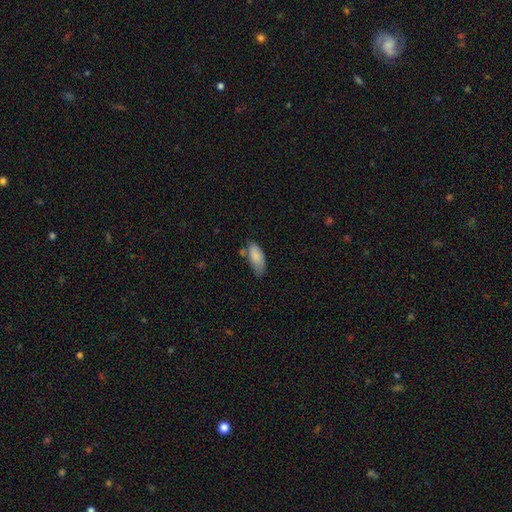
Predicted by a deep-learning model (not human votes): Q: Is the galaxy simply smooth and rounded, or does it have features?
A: smooth — 85%.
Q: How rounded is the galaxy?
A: in between — 87%.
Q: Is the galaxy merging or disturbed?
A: none — 53%.